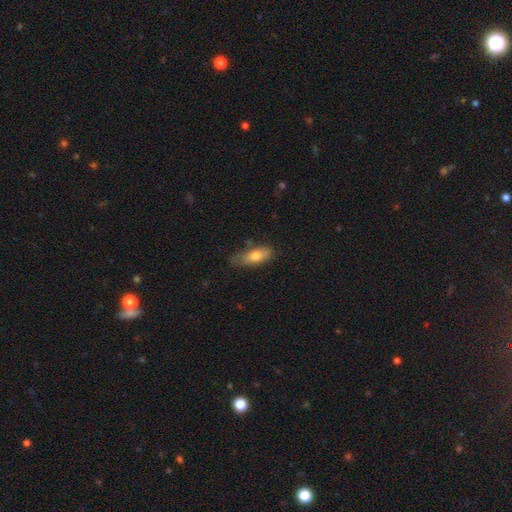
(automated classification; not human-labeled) A smooth galaxy with no disk features (75%) that is in between round and cigar-shaped (66%). Merging: none (59%).